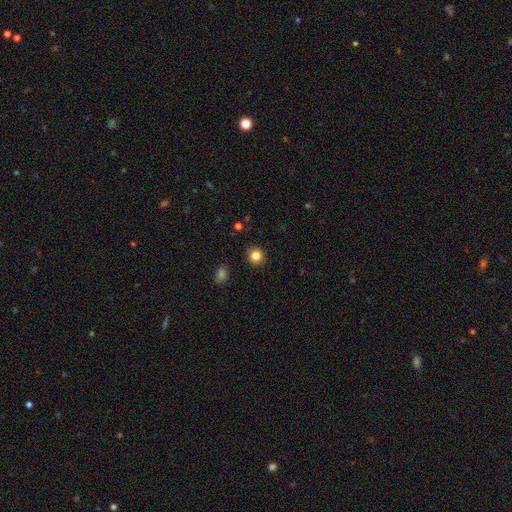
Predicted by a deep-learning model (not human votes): Smooth or featured: smooth — 84% (star or artifact — 11%)
How rounded: round — 90% (in between — 9%)
Merging: none — 92% (minor disturbance — 5%)